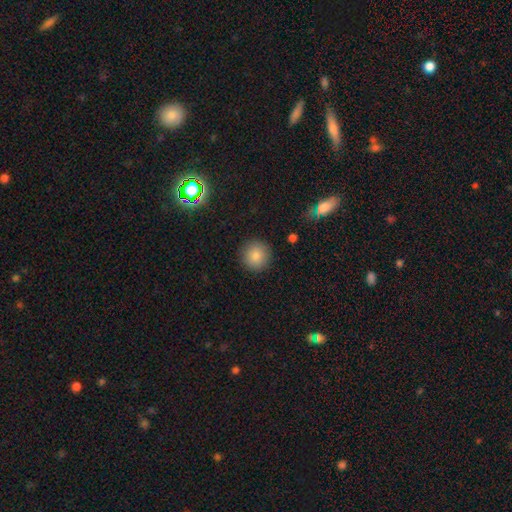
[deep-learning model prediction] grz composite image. It shows a smooth galaxy with no disk features (85%) that is round (95%). Merging: none (90%).